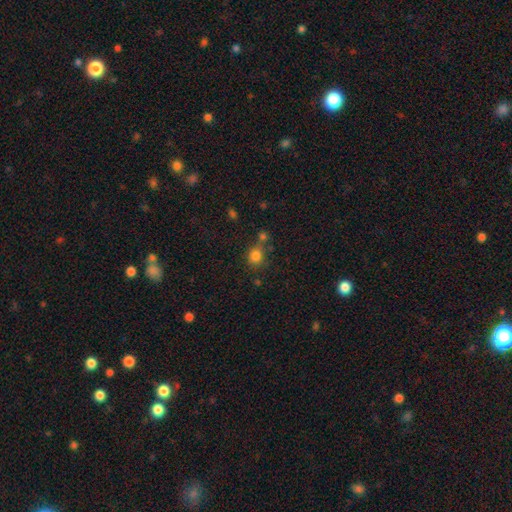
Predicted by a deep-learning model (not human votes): Overall: smooth (80%). How rounded: round (78%). Merging: none (60%; merger 24%).